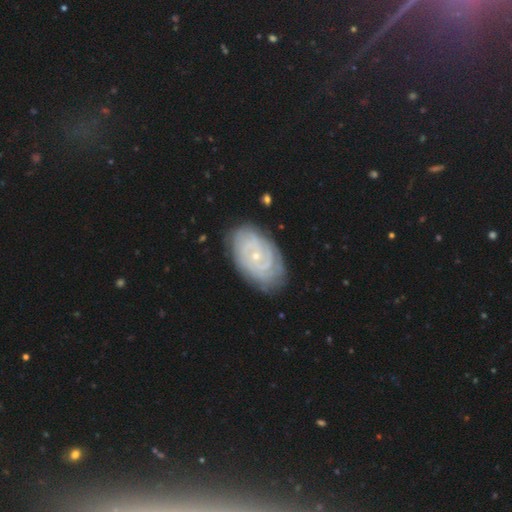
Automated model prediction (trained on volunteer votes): This appears to be a featured or disk galaxy (78%) with no bar (74%), tight (80%) spiral arms (91%) and a small central bulge (77%). Merging: none (80%).